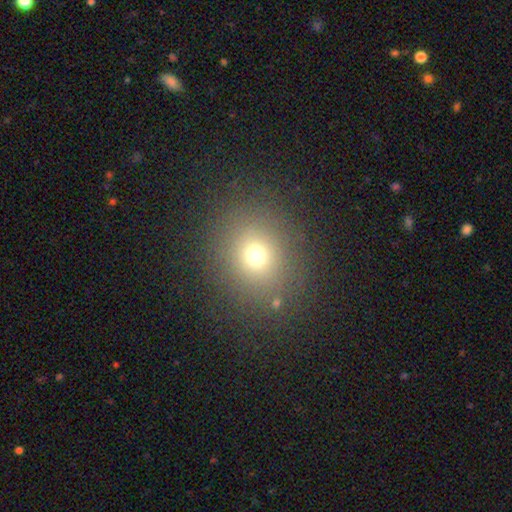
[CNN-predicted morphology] type=smooth (69%); roundness=round (79%); merging=none (85%).